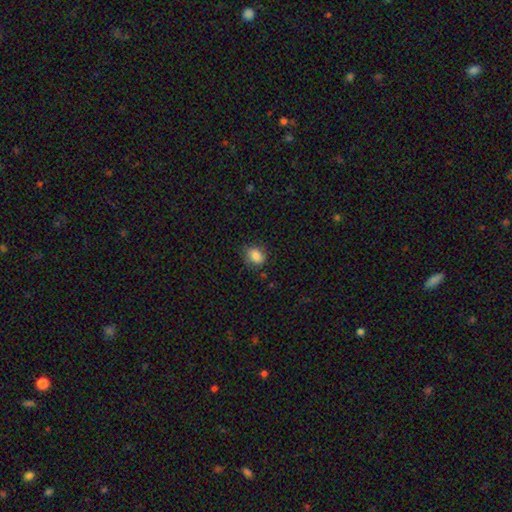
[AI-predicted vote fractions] Smooth or featured? Predicted: smooth (p=0.84). How rounded? Predicted: in between (p=0.63). Merging? Predicted: none (p=0.74).